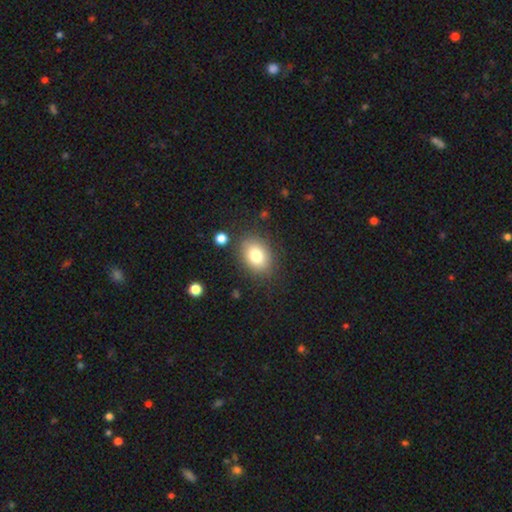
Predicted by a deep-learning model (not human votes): Overall: smooth (79%). How rounded: in between (73%). Merging: none (81%).